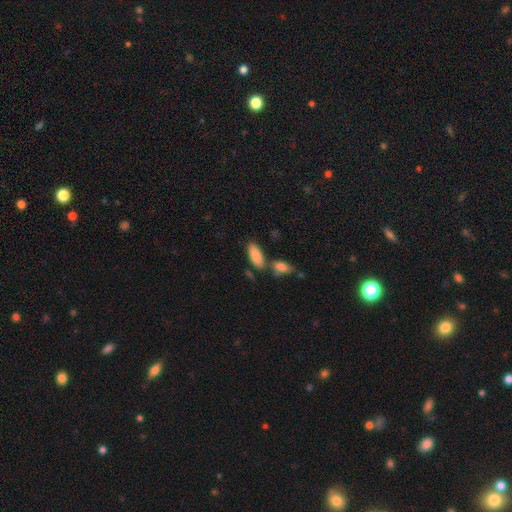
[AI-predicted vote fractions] Morphology: type=smooth (86%); roundness=in between (82%); merging=none (67%).